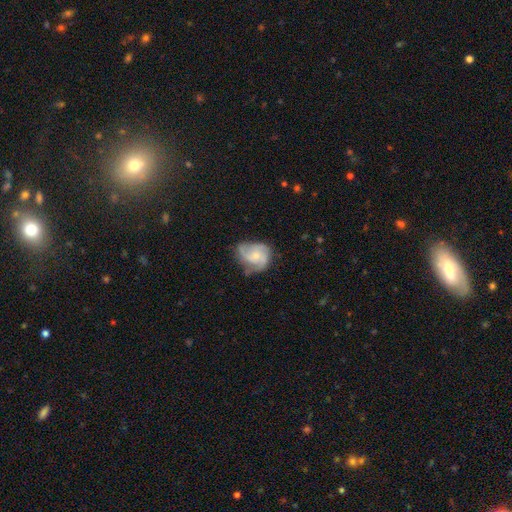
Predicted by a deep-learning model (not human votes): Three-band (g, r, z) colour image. It shows a featured or disk galaxy (67%) with no bar (74%), 3 (47%) medium (47%) spiral arms (87%) and a small central bulge (61%). Merging: none (47%).